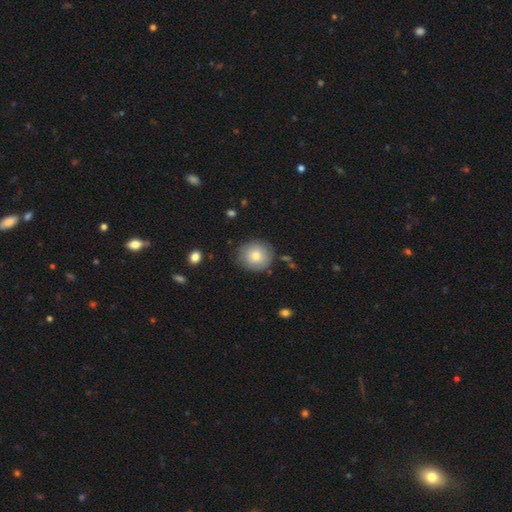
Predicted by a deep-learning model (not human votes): smooth_or_featured: smooth (p=0.74) [alt: featured or disk p=0.18]
how_rounded: round (p=0.89) [alt: in between p=0.11]
merging: none (p=0.82) [alt: minor disturbance p=0.13]